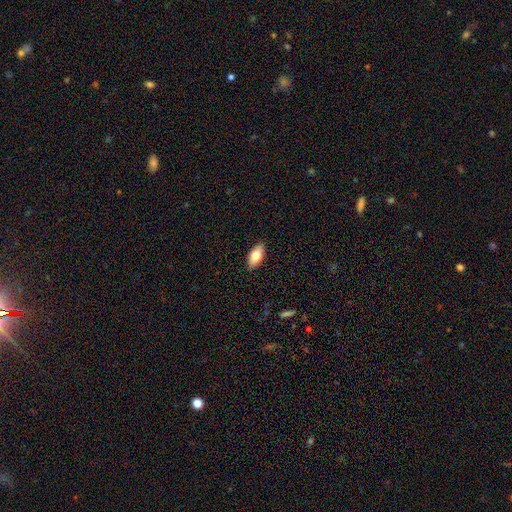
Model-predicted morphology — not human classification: Overall: smooth (75%). How rounded: in between (88%). Merging: none (89%).